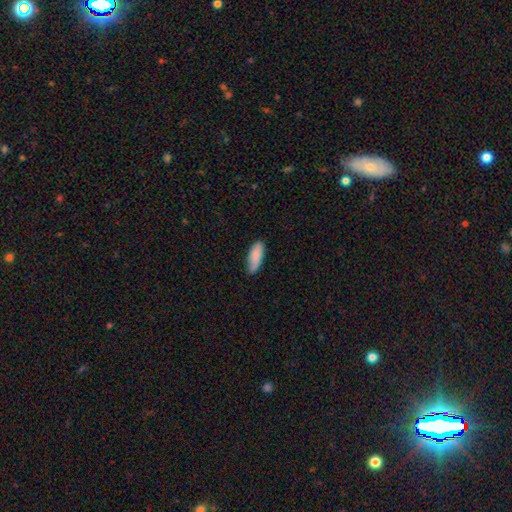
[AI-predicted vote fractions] Smooth or featured?
  - smooth: 86% *
  - featured or disk: 8%
  - star or artifact: 6%
How rounded?
  - in between: 74% *
  - cigar-shaped: 25%
  - round: 2%
Merging?
  - none: 77% *
  - minor disturbance: 19%
  - major disturbance: 3%
  - merger: 1%